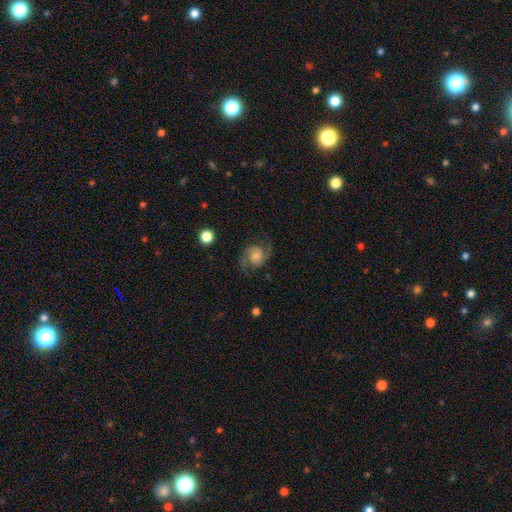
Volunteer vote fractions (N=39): Morphology: type=featured or disk (90%); edge-on=no (100%); bar=no (54%); spiral arms=yes (100%); winding=medium (66%); arm count=2 (100%); bulge=moderate (46%); merging=none (84%).